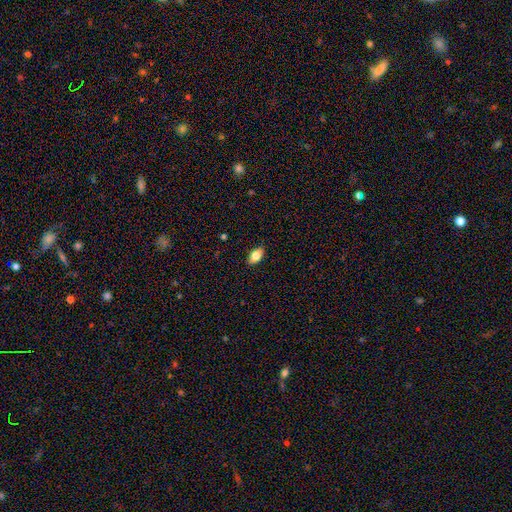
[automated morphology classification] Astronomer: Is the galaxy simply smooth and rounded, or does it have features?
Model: smooth — 77%.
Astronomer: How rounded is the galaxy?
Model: in between — 90%.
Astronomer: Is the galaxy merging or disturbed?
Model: none — 87%.